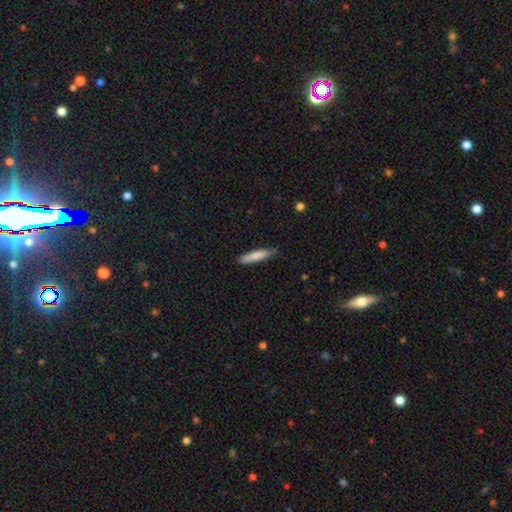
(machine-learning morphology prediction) This appears to be a smooth galaxy with no disk features (80%) that is cigar-shaped (85%). Merging: none (80%).